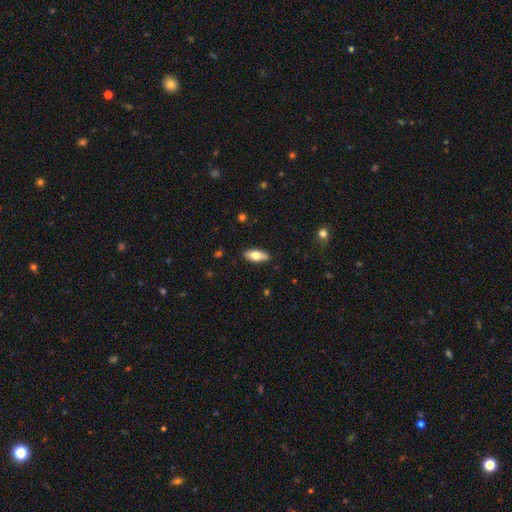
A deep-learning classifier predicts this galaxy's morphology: Smooth or featured?
  - smooth: 68% *
  - featured or disk: 26%
  - star or artifact: 6%
How rounded?
  - in between: 79% *
  - cigar-shaped: 18%
  - round: 3%
Merging?
  - none: 88% *
  - minor disturbance: 9%
  - major disturbance: 2%
  - merger: 1%